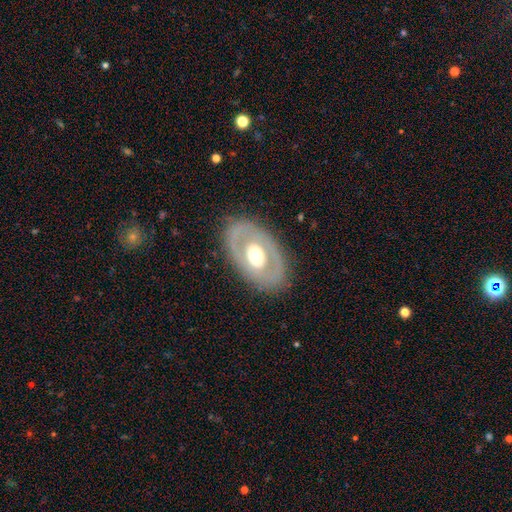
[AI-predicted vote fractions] Smooth or featured? featured or disk (62%)
Edge-on disk? no (90%)
Bar? no (81%)
Spiral arms? no (82%)
Bulge size? moderate (63%)
Merging? none (81%)